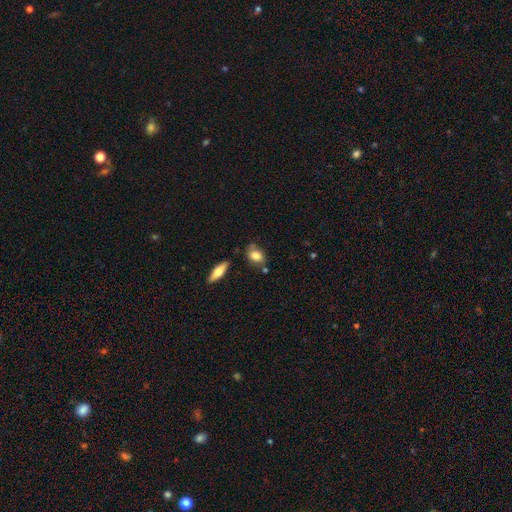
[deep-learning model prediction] smooth 76%, featured or disk 16%, star or artifact 8%. Down the decision tree: how rounded — in between (73%); merging — none (62%).